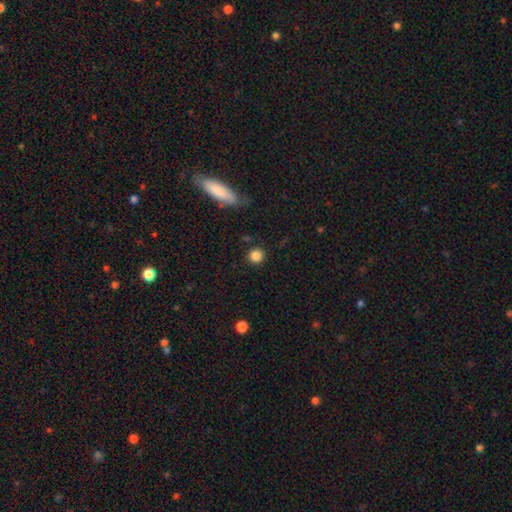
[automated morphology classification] A smooth galaxy with no disk features (86%) that is round (92%). Merging: none (89%).